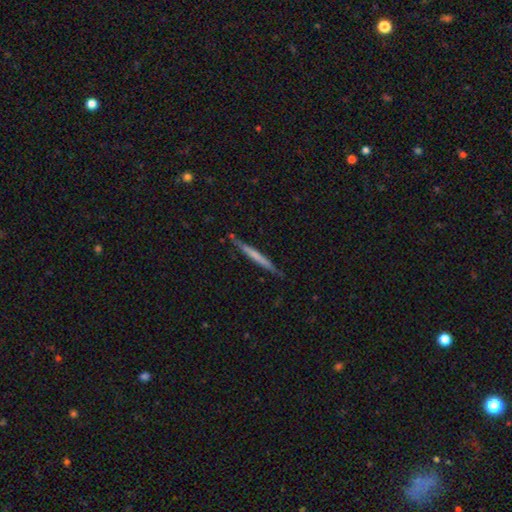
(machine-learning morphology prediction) Smooth or featured? smooth (49%)
Merging? none (85%)